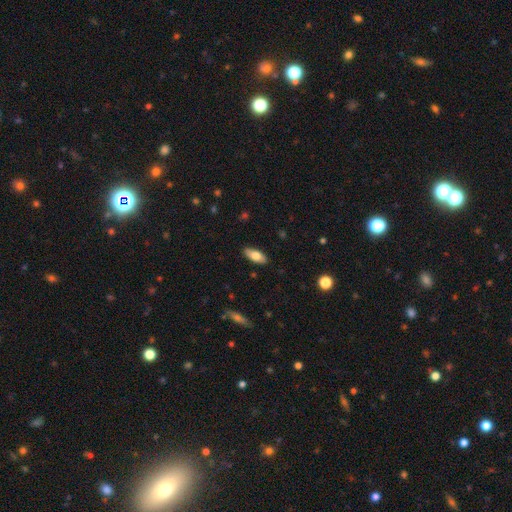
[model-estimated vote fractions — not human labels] The model was most divided on "smooth or featured": smooth: 76%, featured or disk: 17%, star or artifact: 6%. More confident: merging — none (88%); how rounded — in between (82%).